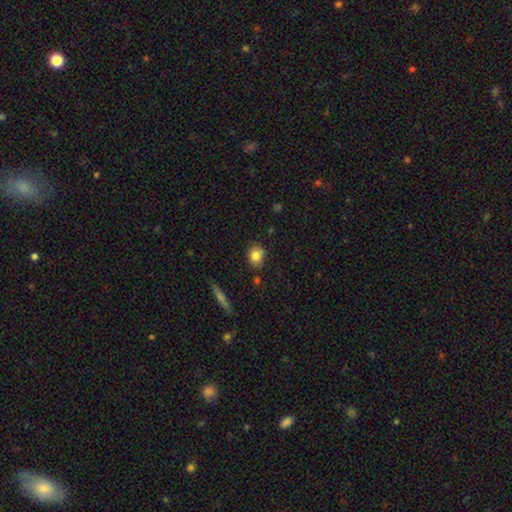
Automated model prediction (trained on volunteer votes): This is clearly a smooth galaxy (82%). How rounded: likely round (62%). Merging: clearly none (82%).